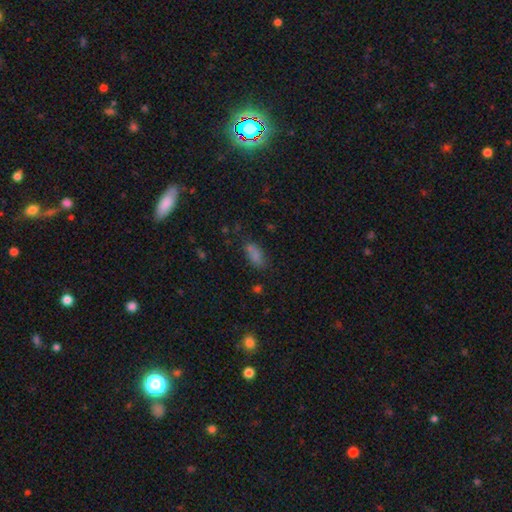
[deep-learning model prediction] smooth 77%, star or artifact 16%, featured or disk 8%. Down the decision tree: how rounded — in between (82%); merging — none (68%).